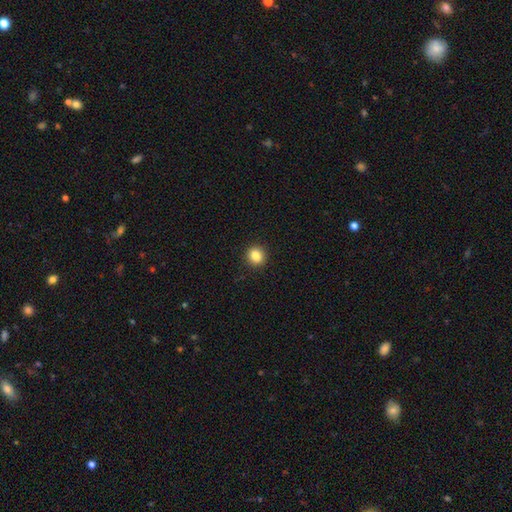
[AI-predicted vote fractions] Smooth or featured? smooth (84%)
How rounded? round (82%)
Merging? none (92%)